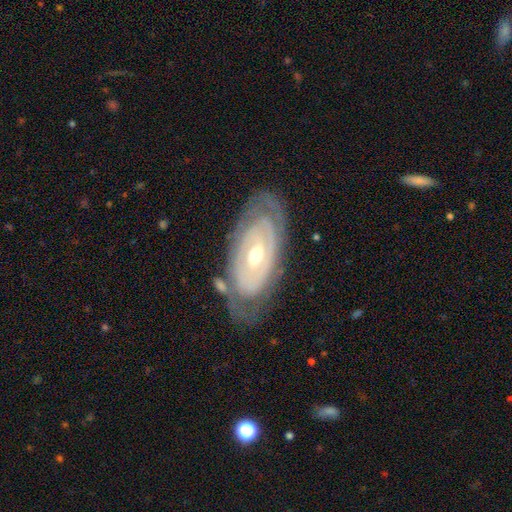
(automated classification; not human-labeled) A featured or disk galaxy (79%) with no bar (69%), spiral arms (65%) and a moderate central bulge (66%). Merging: none (73%).